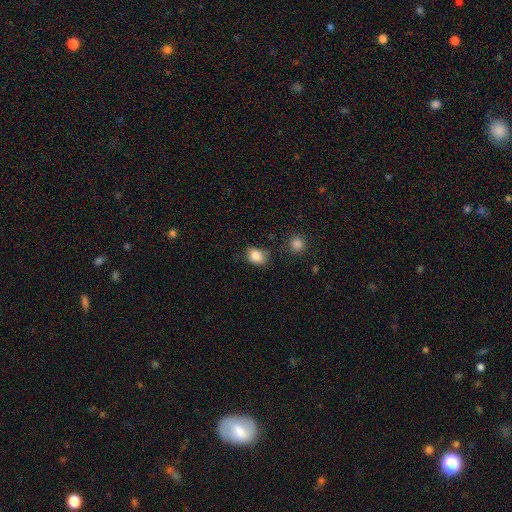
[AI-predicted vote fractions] Morphology: type=smooth (86%); roundness=in between (60%); merging=none (65%).